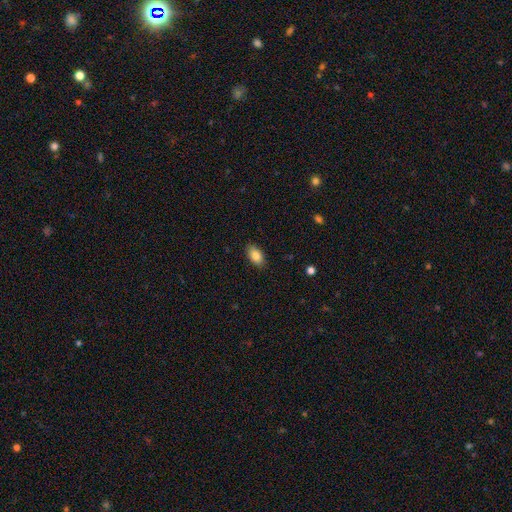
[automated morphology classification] This appears to be a smooth galaxy with no disk features (84%) that is in between round and cigar-shaped (92%). Merging: none (87%).